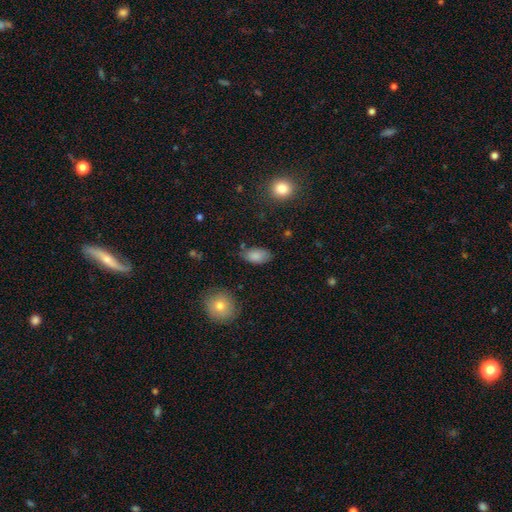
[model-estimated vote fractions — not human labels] A smooth galaxy with no disk features (84%) that is in between round and cigar-shaped (93%). Merging: none (73%).